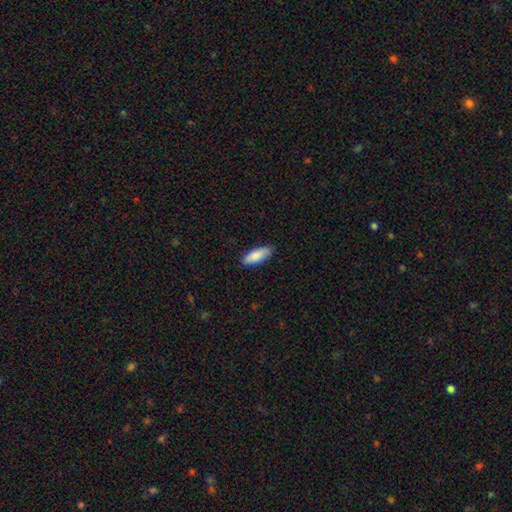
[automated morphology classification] smooth_or_featured: smooth (p=0.86) [alt: featured or disk p=0.09]
how_rounded: in between (p=0.65) [alt: cigar-shaped p=0.33]
merging: none (p=0.87) [alt: minor disturbance p=0.10]